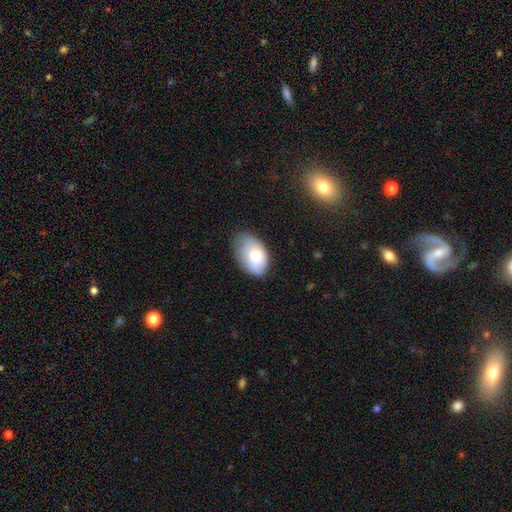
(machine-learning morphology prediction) This is likely a smooth galaxy (73%). How rounded: clearly in between (90%). Merging: possibly none (54%).